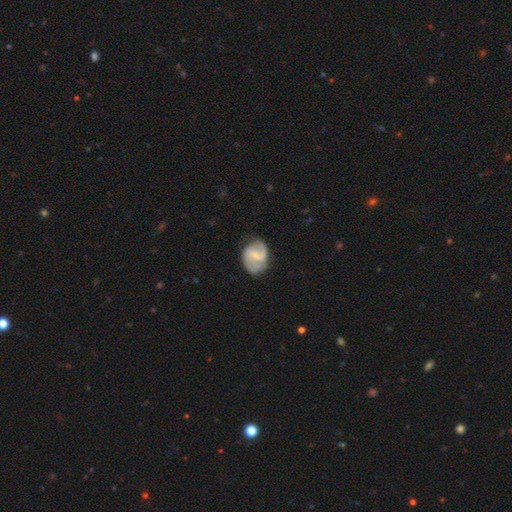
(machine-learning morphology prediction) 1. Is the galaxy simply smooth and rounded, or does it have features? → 74% featured or disk, 21% smooth, 5% star or artifact.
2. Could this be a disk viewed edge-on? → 98% no, 2% yes.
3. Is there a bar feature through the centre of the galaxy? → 55% weak, 24% no, 20% strong.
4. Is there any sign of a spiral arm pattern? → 91% yes, 9% no.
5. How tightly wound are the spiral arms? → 51% medium, 27% tight, 22% loose.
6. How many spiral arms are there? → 85% 2, 8% can't tell, 3% 1, 2% 3, 1% 4, 1% more than 4.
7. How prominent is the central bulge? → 58% small, 26% moderate, 13% none, 2% large, 1% dominant.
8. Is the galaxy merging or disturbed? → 67% none, 23% minor disturbance, 8% major disturbance, 2% merger.